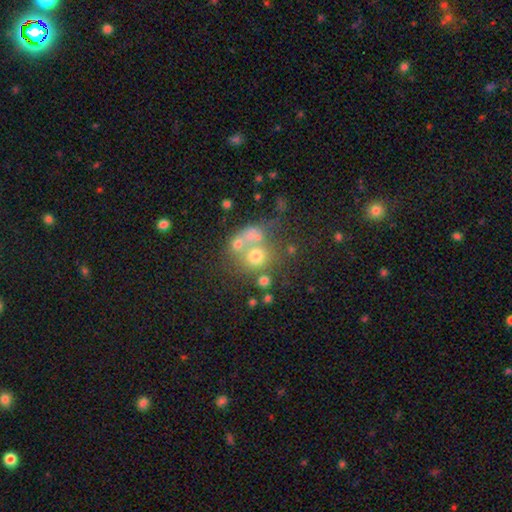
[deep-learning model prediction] A smooth galaxy with no disk features (55%) that is round (80%).

Vote fractions:
- Smooth or featured? smooth: 55% / featured or disk: 26% / star or artifact: 19%
- How rounded? round: 80% / in between: 19% / cigar-shaped: 1%
- Merging? none: 40% / merger: 39% / major disturbance: 11% / minor disturbance: 10%